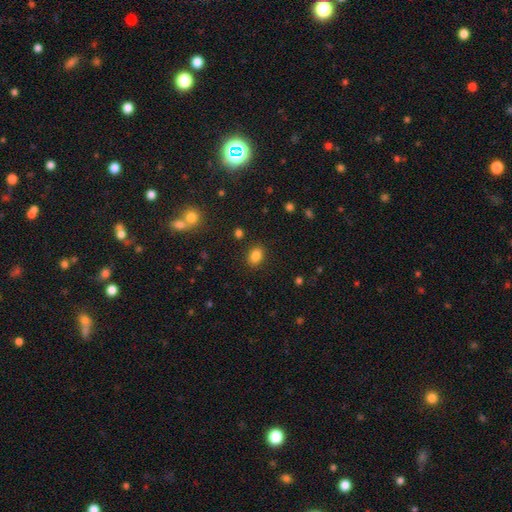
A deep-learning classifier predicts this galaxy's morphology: Overall: smooth (84%). How rounded: in between (71%). Merging: none (87%).